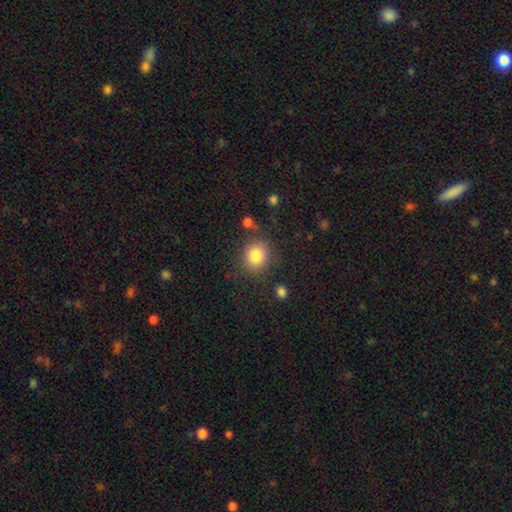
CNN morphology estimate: Smooth or featured? smooth (84%)
How rounded? round (78%)
Merging? none (80%)